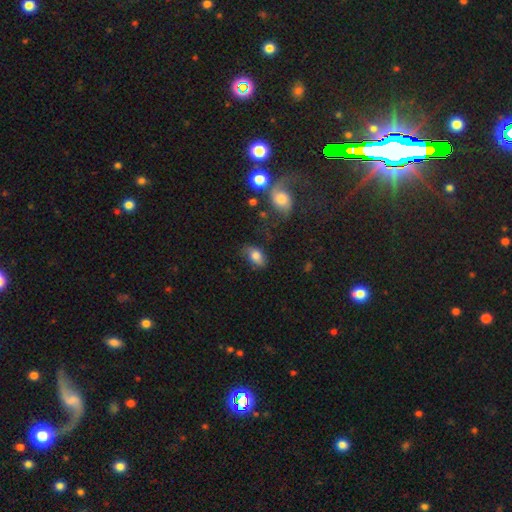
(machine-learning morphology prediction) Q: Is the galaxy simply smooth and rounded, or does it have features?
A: smooth — 76%.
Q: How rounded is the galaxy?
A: in between — 88%.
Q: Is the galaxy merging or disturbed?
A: none — 62%.